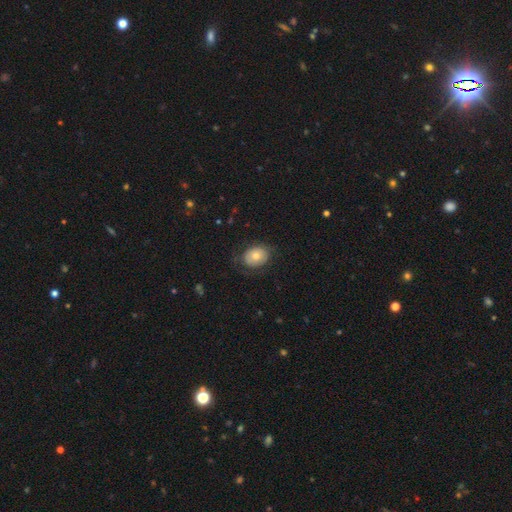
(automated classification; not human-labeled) A smooth galaxy with no disk features (69%) that is in between round and cigar-shaped (58%).

Vote fractions:
- Smooth or featured? smooth: 69% / featured or disk: 23% / star or artifact: 8%
- How rounded? in between: 58% / round: 41% / cigar-shaped: 1%
- Merging? none: 70% / minor disturbance: 20% / major disturbance: 9% / merger: 1%